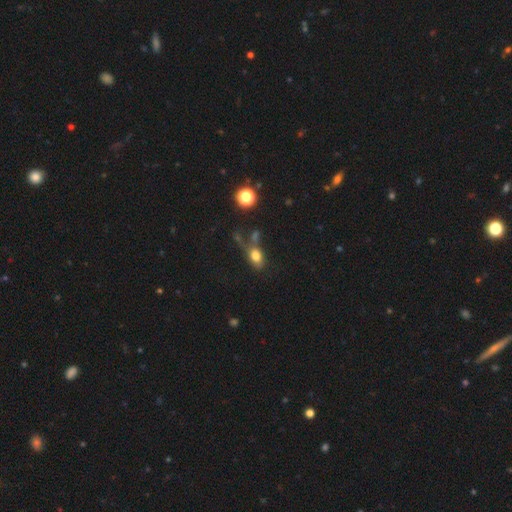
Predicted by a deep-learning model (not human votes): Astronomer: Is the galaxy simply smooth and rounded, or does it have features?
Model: smooth — 76%.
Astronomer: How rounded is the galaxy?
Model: in between — 76%.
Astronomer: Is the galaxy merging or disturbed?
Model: none — 41% (runner-up: merger, 24%).